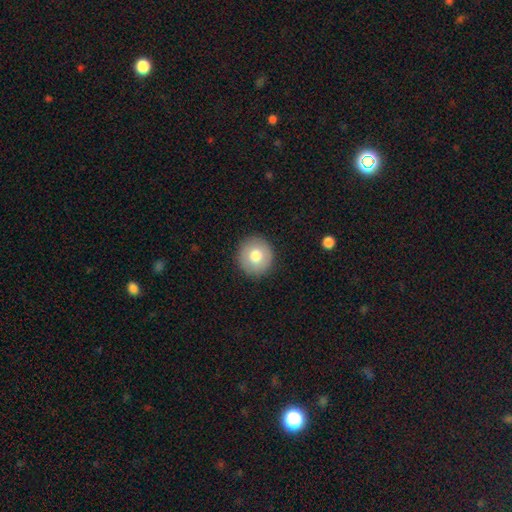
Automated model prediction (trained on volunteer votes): smooth_or_featured: smooth (p=0.75) [alt: featured or disk p=0.17]
how_rounded: round (p=0.92) [alt: in between p=0.07]
merging: none (p=0.90) [alt: minor disturbance p=0.06]